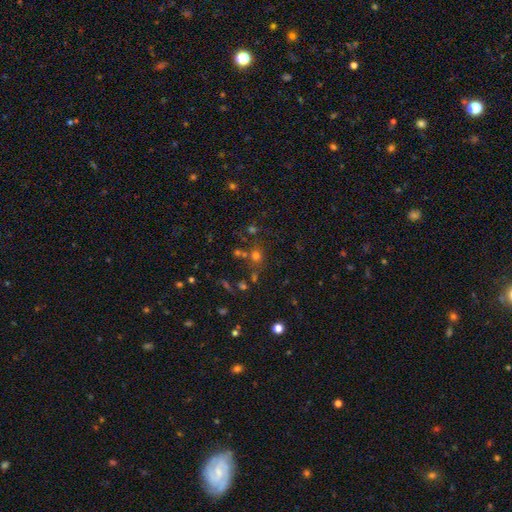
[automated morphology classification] Smooth or featured: smooth — 64% (star or artifact — 27%)
How rounded: round — 87% (in between — 12%)
Merging: none — 69% (merger — 16%)